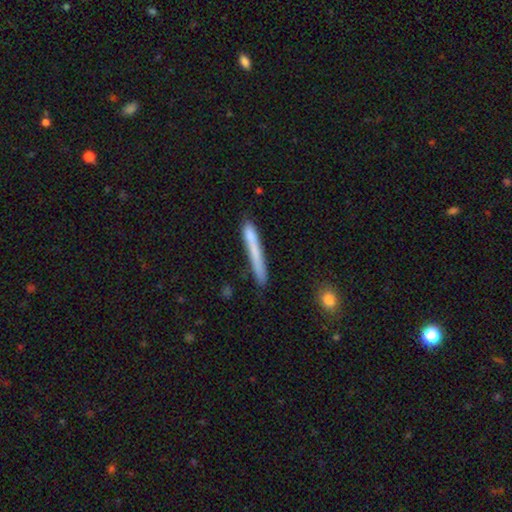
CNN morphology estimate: The model was most divided on "merging": none: 67%, minor disturbance: 19%, merger: 8%, major disturbance: 6%. More confident: how rounded — cigar-shaped (95%); smooth or featured — smooth (71%).